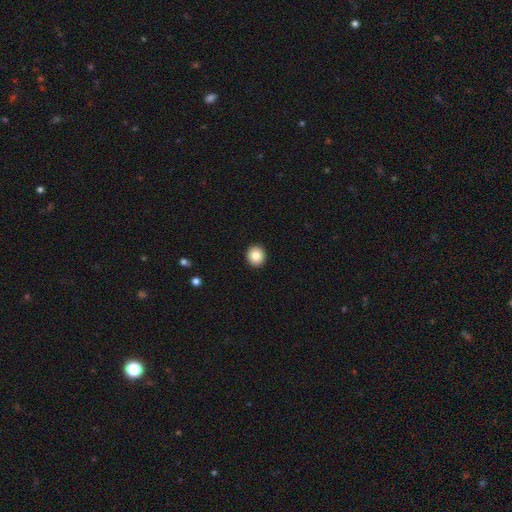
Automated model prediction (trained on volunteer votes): Smooth or featured? smooth (85%)
How rounded? round (91%)
Merging? none (94%)